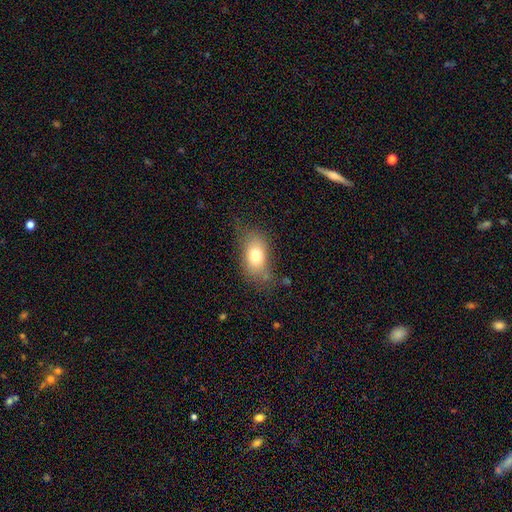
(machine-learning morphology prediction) type=smooth (76%); roundness=in between (85%); merging=none (64%).